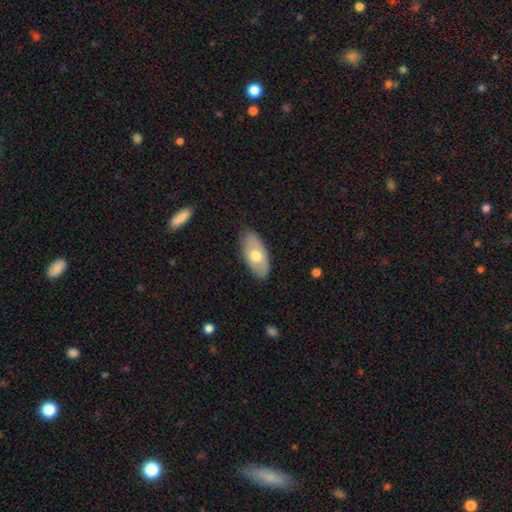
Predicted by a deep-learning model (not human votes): smooth 59%, featured or disk 36%, star or artifact 6%. Down the decision tree: how rounded — in between (91%); merging — none (82%).